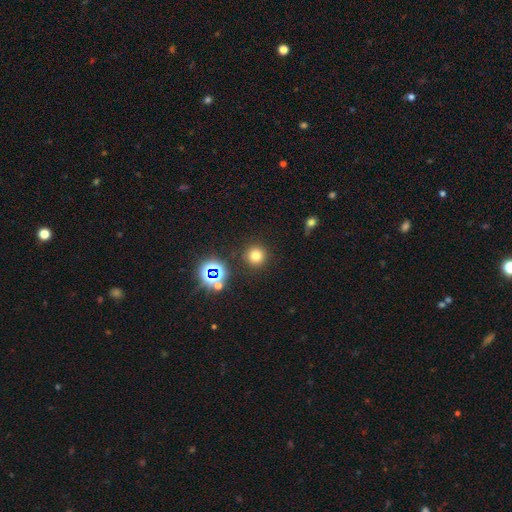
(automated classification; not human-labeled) Morphology: type=smooth (71%); roundness=round (94%); merging=none (89%).